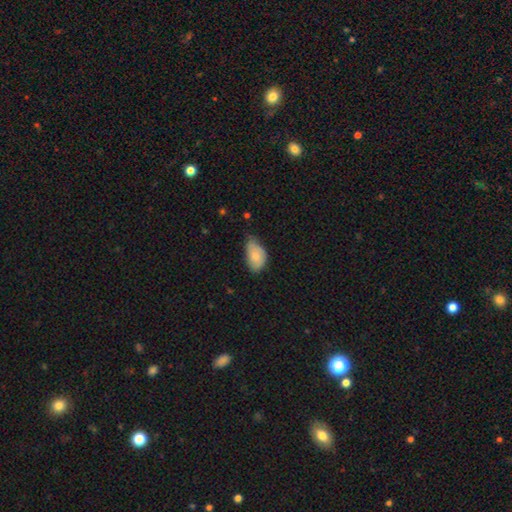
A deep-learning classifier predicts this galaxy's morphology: smooth 73%, featured or disk 20%, star or artifact 7%. Down the decision tree: how rounded — in between (91%); merging — minor disturbance (49%).